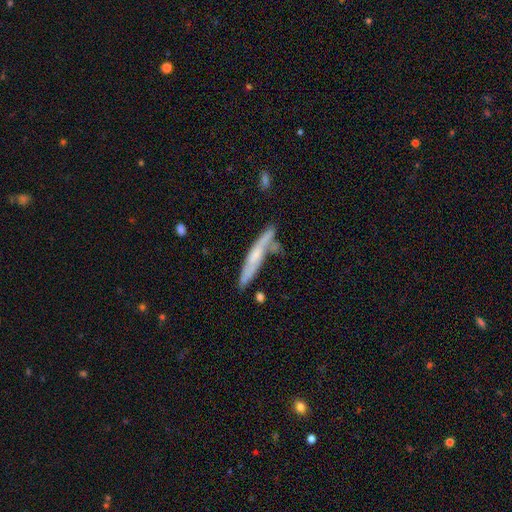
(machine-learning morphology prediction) smooth-or-featured: featured or disk: 47% | smooth: 46% | star or artifact: 7%
  merging: none: 59% | minor disturbance: 20% | merger: 14% | major disturbance: 6%